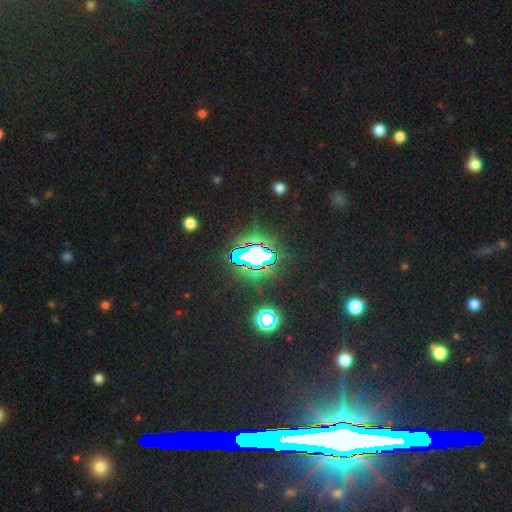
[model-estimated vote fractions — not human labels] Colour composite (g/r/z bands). It shows a star or artifact, not a galaxy (82%).